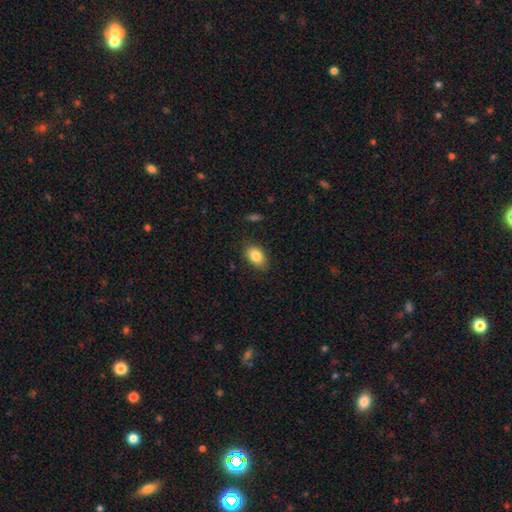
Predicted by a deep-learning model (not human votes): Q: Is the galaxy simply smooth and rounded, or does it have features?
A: smooth — 84%.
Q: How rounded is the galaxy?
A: in between — 85%.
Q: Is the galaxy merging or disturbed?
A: none — 84%.